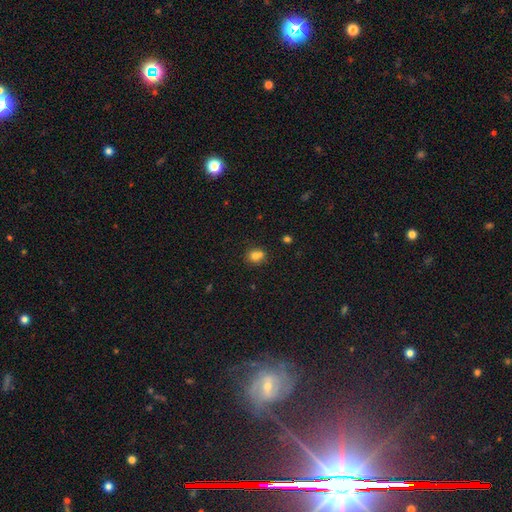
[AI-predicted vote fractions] smooth-or-featured: smooth: 76% | star or artifact: 13% | featured or disk: 11%
  how-rounded: round: 66% | in between: 33% | cigar-shaped: 1%
  merging: none: 52% | merger: 29% | minor disturbance: 14% | major disturbance: 4%